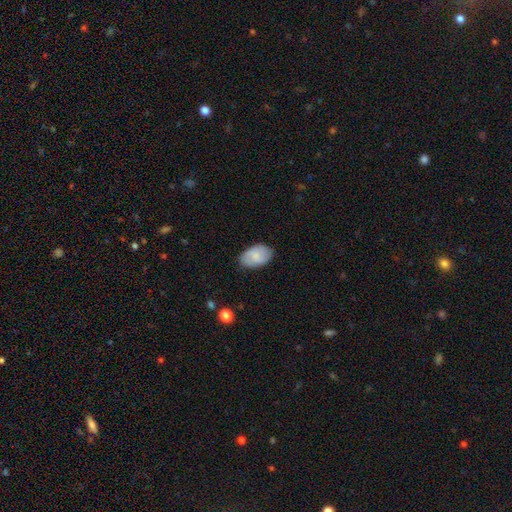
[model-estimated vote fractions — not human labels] smooth_or_featured: smooth (p=0.69) [alt: featured or disk p=0.25]
how_rounded: in between (p=0.91) [alt: round p=0.08]
merging: none (p=0.79) [alt: minor disturbance p=0.17]